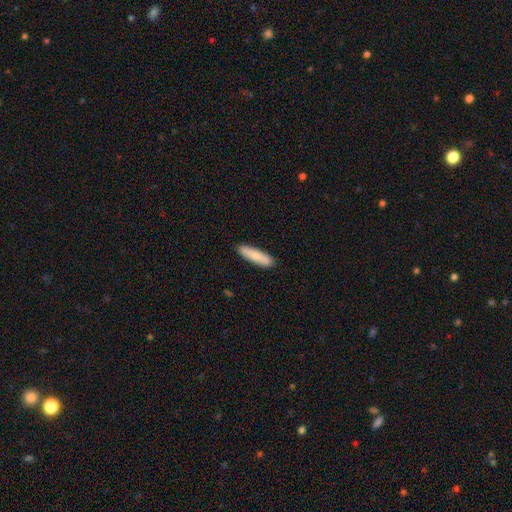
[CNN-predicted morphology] Smooth or featured? smooth (83%)
How rounded? cigar-shaped (75%)
Merging? none (89%)